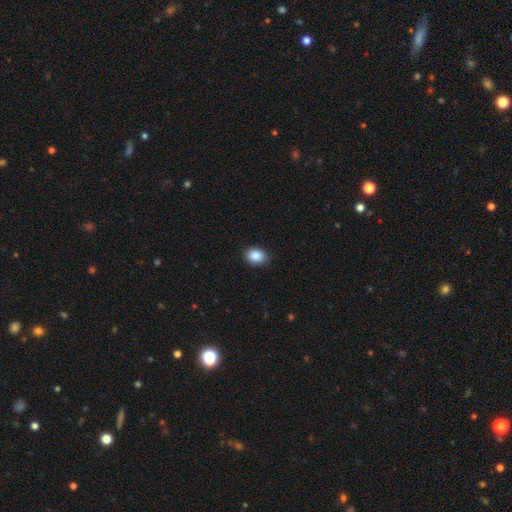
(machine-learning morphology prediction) Smooth or featured?
  - smooth: 88% *
  - star or artifact: 8%
  - featured or disk: 4%
How rounded?
  - in between: 66% *
  - round: 33%
  - cigar-shaped: 1%
Merging?
  - none: 88% *
  - minor disturbance: 9%
  - major disturbance: 2%
  - merger: 1%